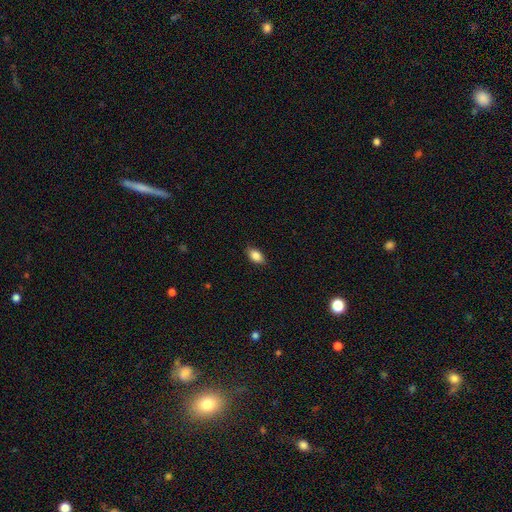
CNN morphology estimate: smooth-or-featured: smooth: 85% | star or artifact: 8% | featured or disk: 7%
  how-rounded: in between: 89% | round: 7% | cigar-shaped: 3%
  merging: none: 85% | minor disturbance: 12% | major disturbance: 2% | merger: 1%